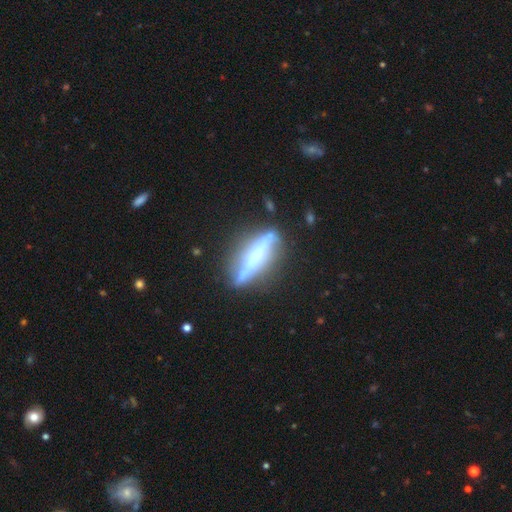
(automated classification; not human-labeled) Smooth or featured: featured or disk — 74% (smooth — 20%)
Edge-on disk: yes — 88% (no — 12%)
Edge-on bulge: rounded — 73% (none — 17%)
Merging: none — 80% (minor disturbance — 13%)